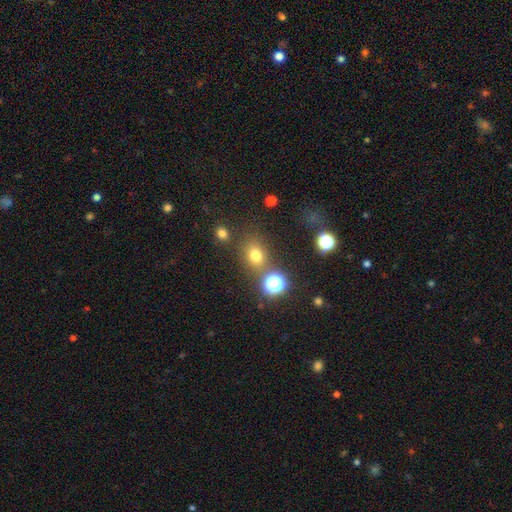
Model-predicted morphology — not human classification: smooth 70%, star or artifact 21%, featured or disk 8%. Down the decision tree: how rounded — round (57%); merging — none (73%).